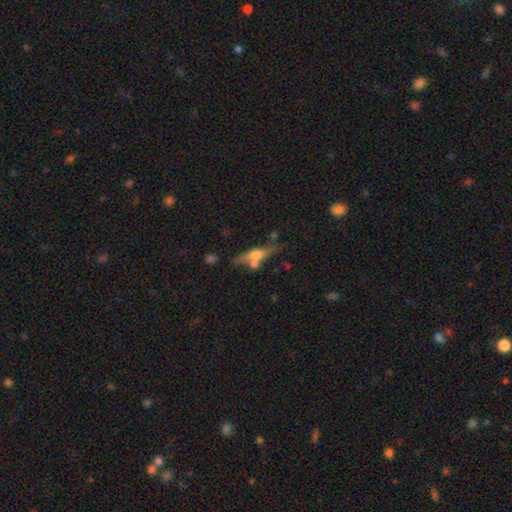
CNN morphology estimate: featured or disk 49%, smooth 43%, star or artifact 8%. Down the decision tree: merging — none (56%).